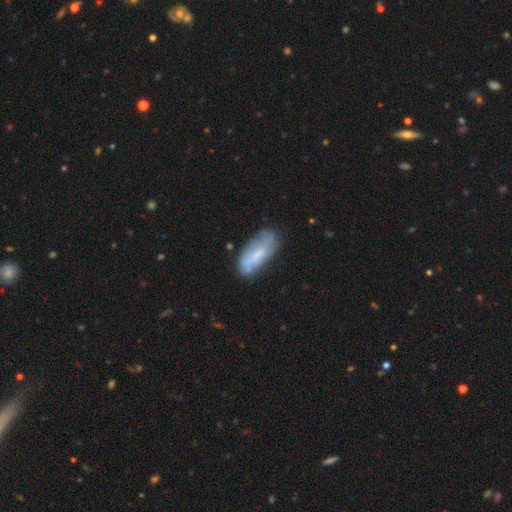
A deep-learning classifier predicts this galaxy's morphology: smooth 52%, featured or disk 41%, star or artifact 7%. Down the decision tree: how rounded — in between (80%); merging — none (61%).